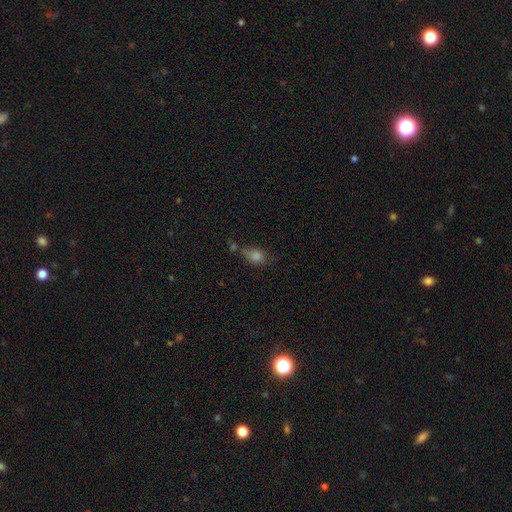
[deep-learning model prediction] Q: Smooth or featured?
A: smooth (74%); runner-up: star or artifact (15%)
Q: How rounded?
A: in between (63%); runner-up: round (32%)
Q: Merging?
A: none (47%); runner-up: minor disturbance (24%)